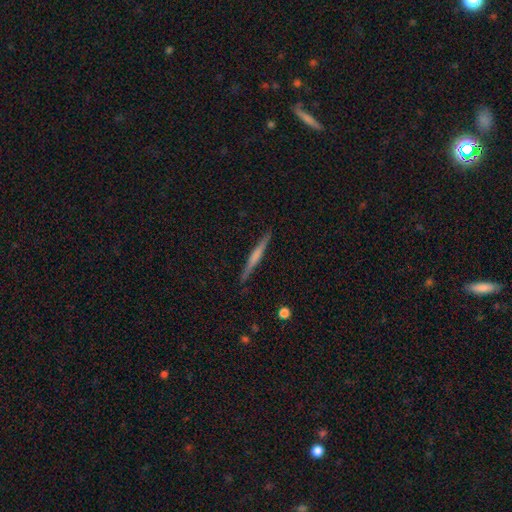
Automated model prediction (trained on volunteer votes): This is possibly a featured or disk galaxy (52%). It is clearly viewed edge-on (97%). Edge-on bulge: possibly none (58%). Merging: clearly none (90%).